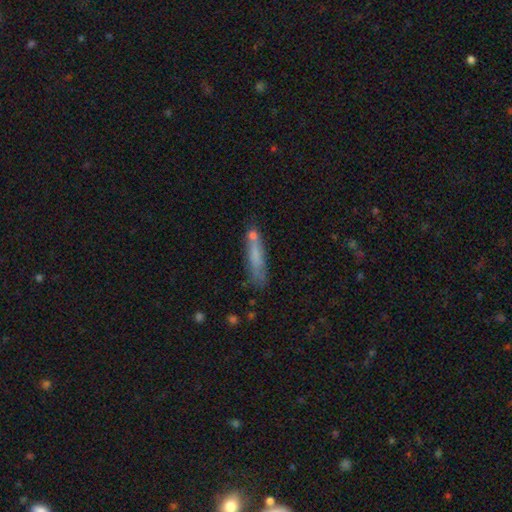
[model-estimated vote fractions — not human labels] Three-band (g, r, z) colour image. It shows a smooth galaxy with no disk features (69%) that is cigar-shaped (82%). Merging: none (59%).